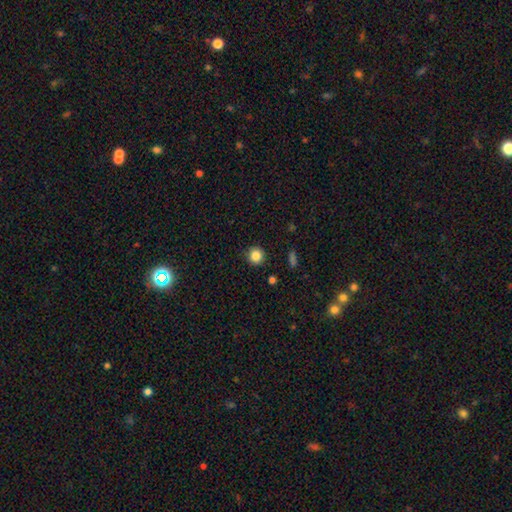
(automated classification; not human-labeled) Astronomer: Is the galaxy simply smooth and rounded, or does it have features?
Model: smooth — 85%.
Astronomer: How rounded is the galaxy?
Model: round — 94%.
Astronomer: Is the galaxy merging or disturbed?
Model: none — 90%.